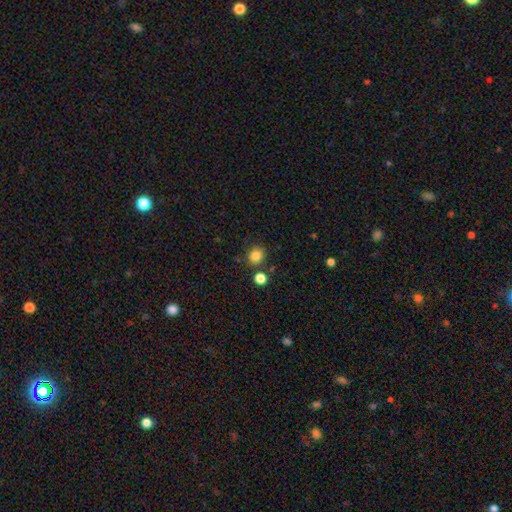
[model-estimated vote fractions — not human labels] A smooth galaxy with no disk features (83%) that is round (85%). Merging: none (81%).